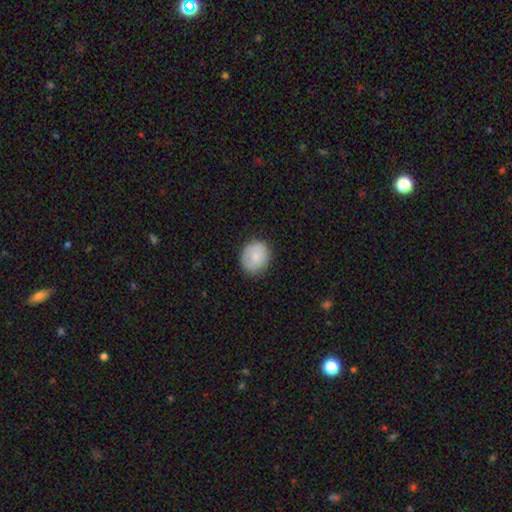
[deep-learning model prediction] This is clearly a smooth galaxy (81%). How rounded: likely round (69%). Merging: clearly none (82%).